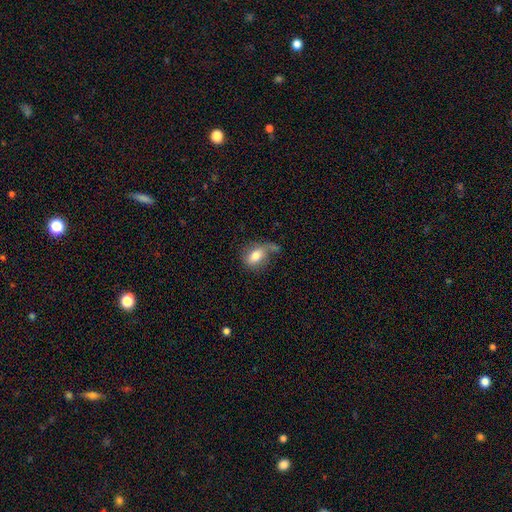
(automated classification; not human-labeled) Morphology: type=smooth (72%); roundness=in between (76%); merging=none (38%).